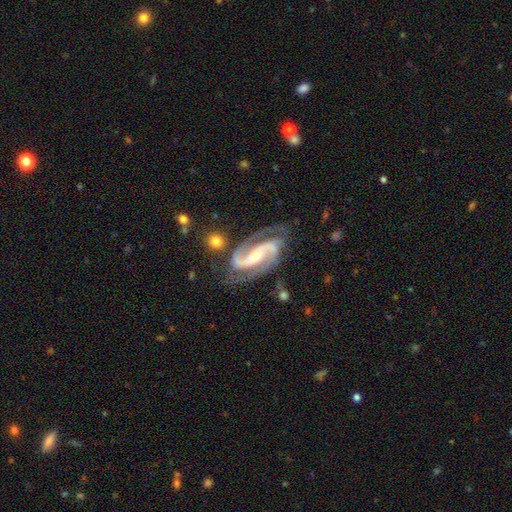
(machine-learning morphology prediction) type=featured or disk (93%); edge-on=no (97%); bar=strong (48%); spiral arms=yes (99%); winding=medium (58%); arm count=2 (90%); bulge=small (51%); merging=none (74%).